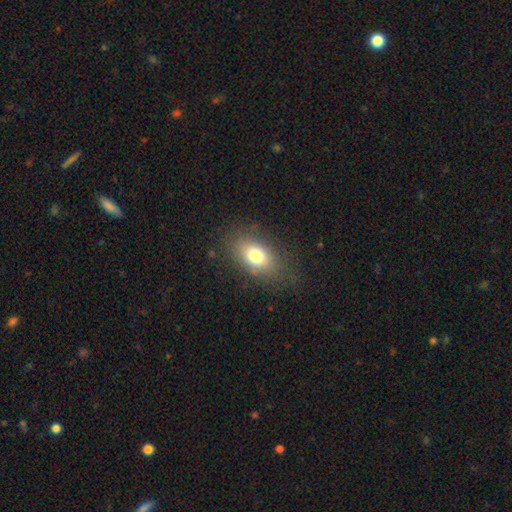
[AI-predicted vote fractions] smooth 75%, featured or disk 15%, star or artifact 11%. Down the decision tree: how rounded — in between (83%); merging — none (78%).